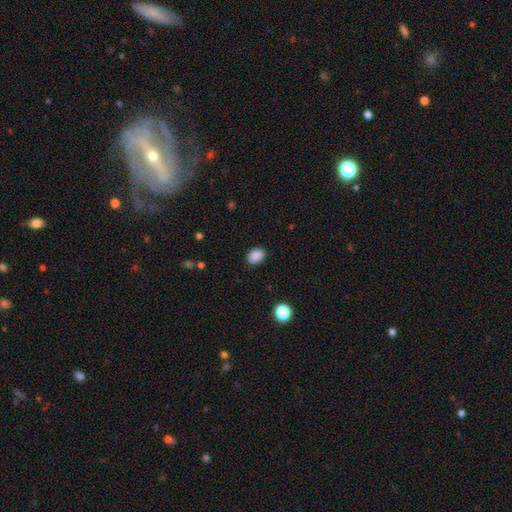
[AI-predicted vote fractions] A smooth galaxy with no disk features (88%) that is in between round and cigar-shaped (73%).

Vote fractions:
- Smooth or featured? smooth: 88% / star or artifact: 9% / featured or disk: 3%
- How rounded? in between: 73% / round: 26% / cigar-shaped: 1%
- Merging? none: 87% / minor disturbance: 9% / major disturbance: 2% / merger: 1%